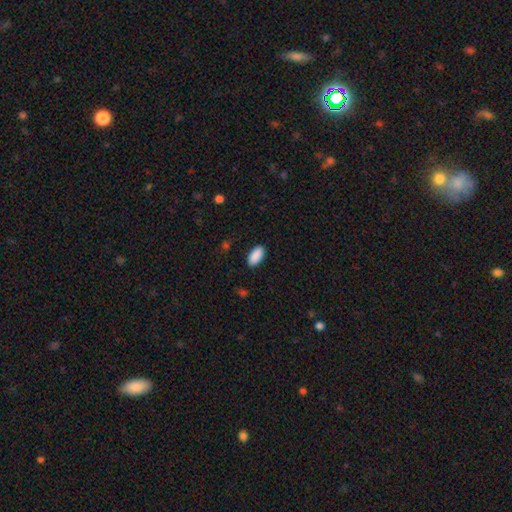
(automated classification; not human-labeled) smooth_or_featured: smooth (p=0.91) [alt: star or artifact p=0.07]
how_rounded: in between (p=0.93) [alt: cigar-shaped p=0.05]
merging: none (p=0.89) [alt: minor disturbance p=0.08]